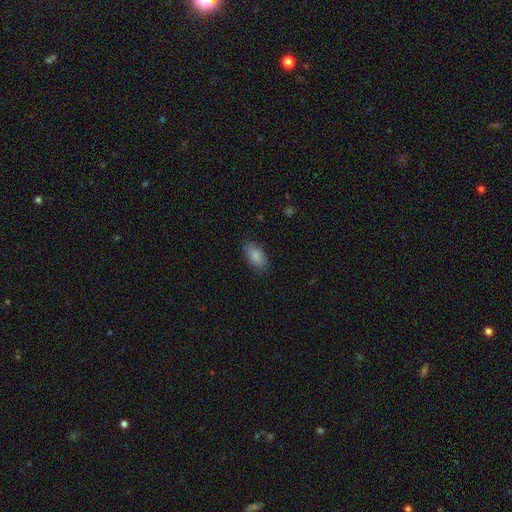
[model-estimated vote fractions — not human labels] smooth_or_featured: smooth (p=0.88) [alt: star or artifact p=0.07]
how_rounded: in between (p=0.92) [alt: round p=0.04]
merging: none (p=0.84) [alt: minor disturbance p=0.12]